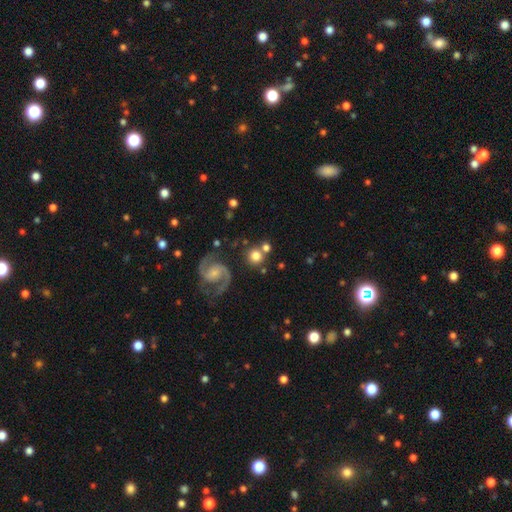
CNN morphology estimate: Smooth or featured: smooth — 62% (featured or disk — 29%)
How rounded: round — 94% (in between — 5%)
Merging: none — 74% (merger — 13%)